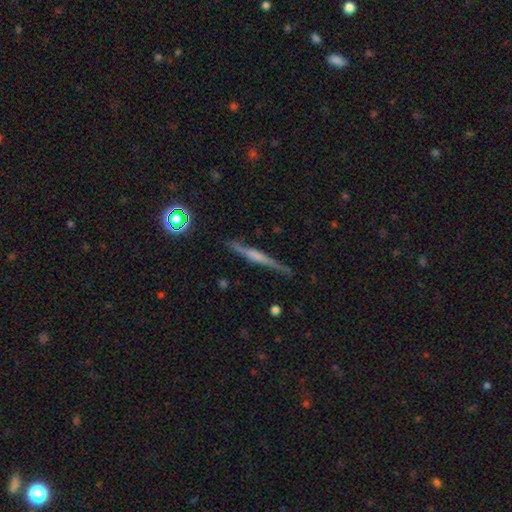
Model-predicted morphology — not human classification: Smooth or featured? featured or disk (63%)
Edge-on disk? yes (96%)
Edge-on bulge? rounded (40%)
Merging? none (83%)